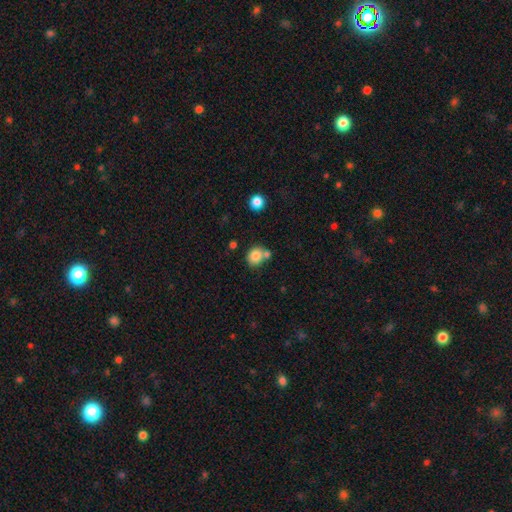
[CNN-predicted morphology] Smooth or featured?
  - smooth: 82% *
  - star or artifact: 10%
  - featured or disk: 8%
How rounded?
  - round: 71% *
  - in between: 28%
  - cigar-shaped: 1%
Merging?
  - none: 58% *
  - merger: 27%
  - minor disturbance: 11%
  - major disturbance: 4%